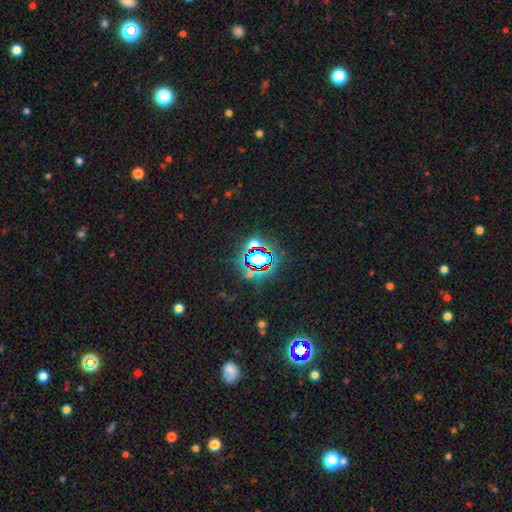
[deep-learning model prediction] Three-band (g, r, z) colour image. It shows a star or artifact, not a galaxy (74%).